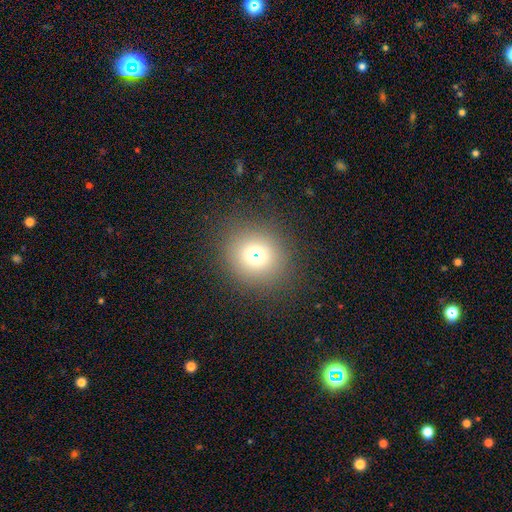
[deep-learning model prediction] smooth 67%, star or artifact 23%, featured or disk 11%. Down the decision tree: how rounded — round (89%); merging — none (83%).